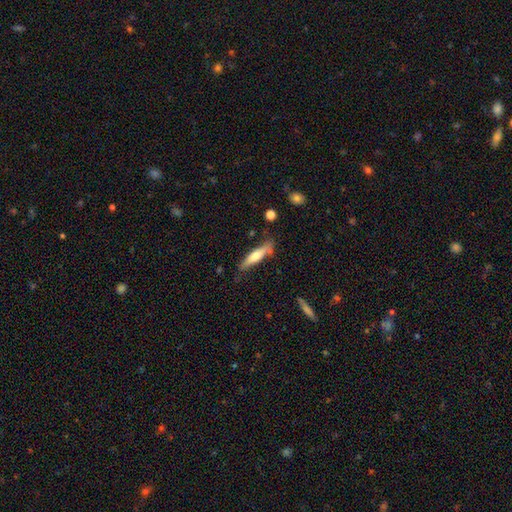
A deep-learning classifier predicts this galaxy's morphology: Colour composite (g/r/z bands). It shows a smooth galaxy with no disk features (54%) that is cigar-shaped (81%). Merging: none (73%).